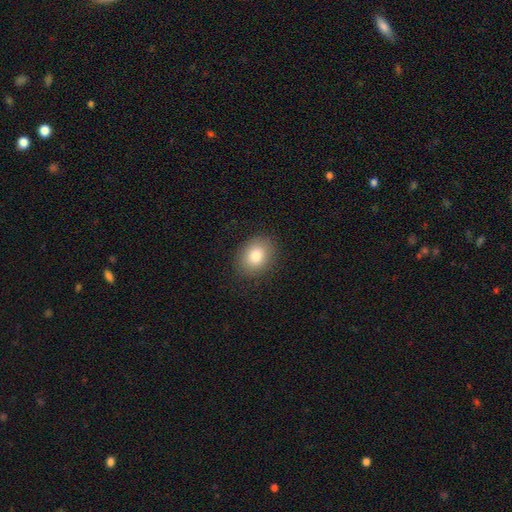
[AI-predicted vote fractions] smooth-or-featured: smooth: 82% | star or artifact: 9% | featured or disk: 9%
  how-rounded: in between: 51% | round: 48% | cigar-shaped: 1%
  merging: none: 86% | minor disturbance: 10% | major disturbance: 3% | merger: 1%